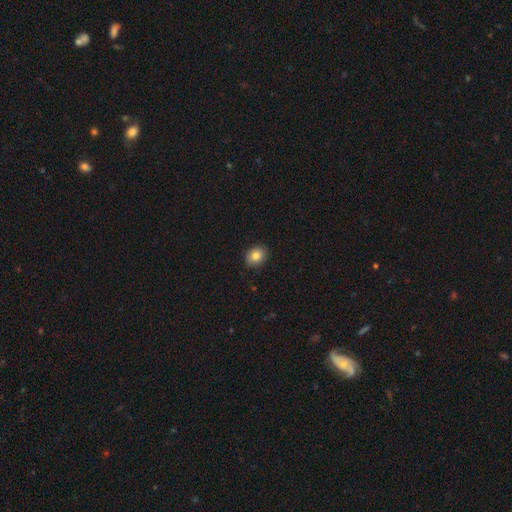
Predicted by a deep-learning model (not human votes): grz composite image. It shows a smooth galaxy with no disk features (84%) that is in between round and cigar-shaped (53%). Merging: none (89%).